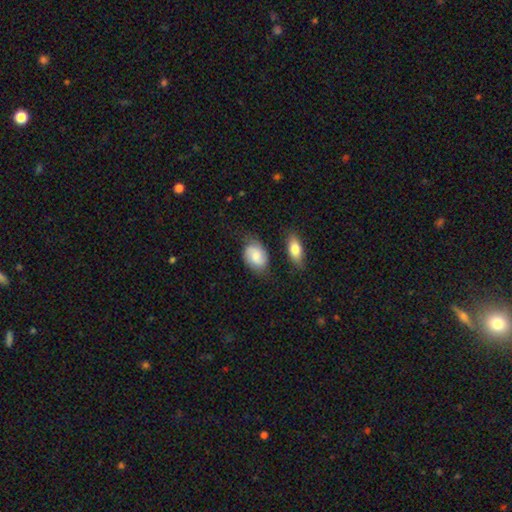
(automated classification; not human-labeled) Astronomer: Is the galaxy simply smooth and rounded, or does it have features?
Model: smooth — 54% (runner-up: featured or disk, 39%).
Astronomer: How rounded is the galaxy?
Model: in between — 78%.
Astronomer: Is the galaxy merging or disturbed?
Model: none — 63%.